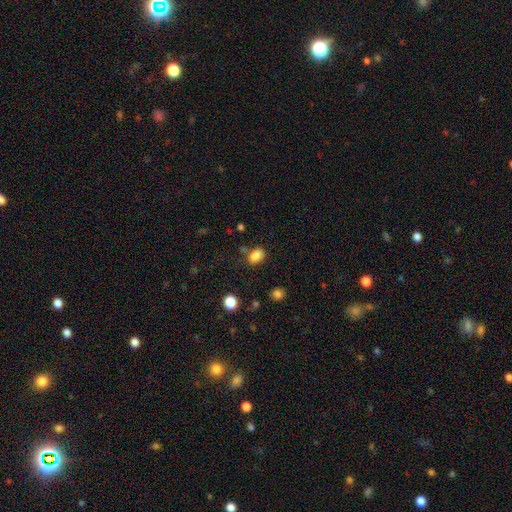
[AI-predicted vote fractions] This is clearly a smooth galaxy (84%). How rounded: likely in between (75%). Merging: likely none (72%).